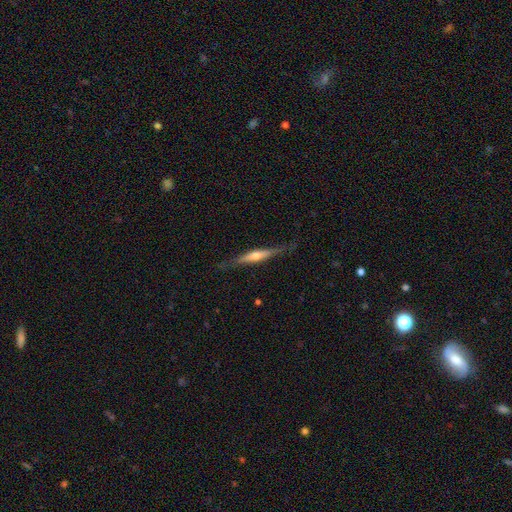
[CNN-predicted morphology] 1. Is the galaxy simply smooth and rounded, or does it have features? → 62% featured or disk, 32% smooth, 6% star or artifact.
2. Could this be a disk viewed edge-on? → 94% yes, 6% no.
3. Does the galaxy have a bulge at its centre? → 80% rounded, 12% none, 8% boxy.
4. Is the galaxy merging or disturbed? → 78% none, 16% minor disturbance, 4% major disturbance, 1% merger.